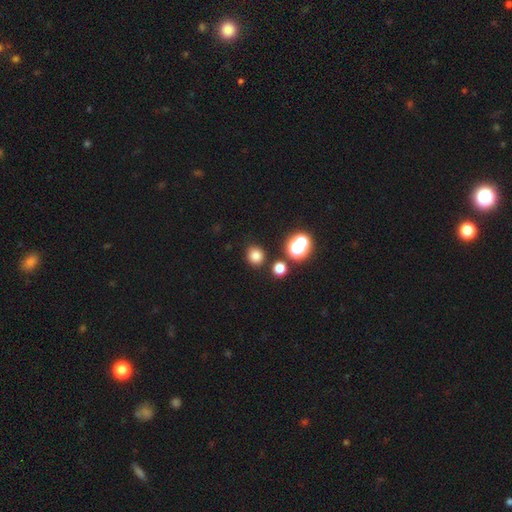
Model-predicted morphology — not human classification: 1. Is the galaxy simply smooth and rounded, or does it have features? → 77% smooth, 17% star or artifact, 5% featured or disk.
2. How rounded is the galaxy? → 81% round, 18% in between, 1% cigar-shaped.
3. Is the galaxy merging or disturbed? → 85% none, 8% minor disturbance, 5% merger, 3% major disturbance.